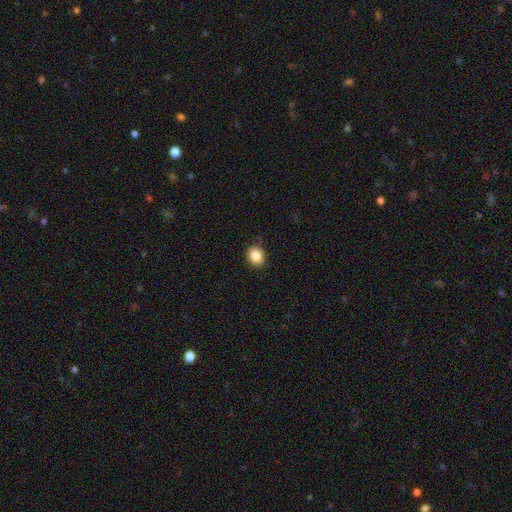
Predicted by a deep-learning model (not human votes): A smooth galaxy with no disk features (86%) that is in between round and cigar-shaped (55%).

Vote fractions:
- Smooth or featured? smooth: 86% / star or artifact: 9% / featured or disk: 5%
- How rounded? in between: 55% / round: 44% / cigar-shaped: 1%
- Merging? none: 85% / minor disturbance: 12% / major disturbance: 2% / merger: 1%